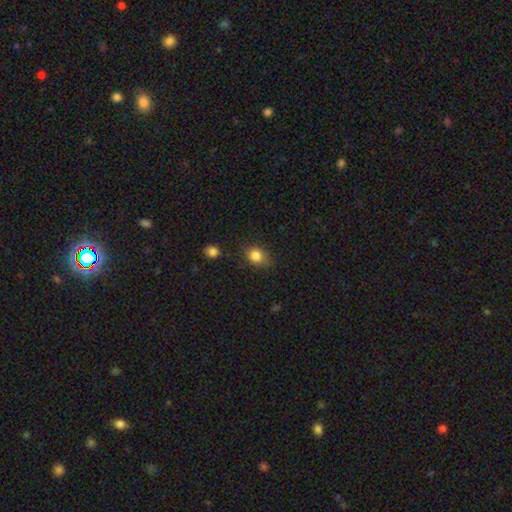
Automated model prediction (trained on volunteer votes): smooth-or-featured: smooth: 84% | star or artifact: 10% | featured or disk: 6%
  how-rounded: in between: 49% (tied) | round: 49% (tied) | cigar-shaped: 1%
  merging: none: 76% | minor disturbance: 18% | major disturbance: 4% | merger: 2%